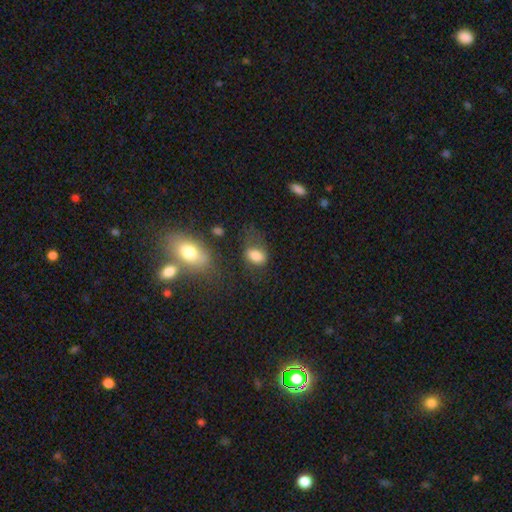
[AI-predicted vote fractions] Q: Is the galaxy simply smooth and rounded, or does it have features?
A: smooth — 79%.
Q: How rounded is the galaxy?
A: in between — 82%.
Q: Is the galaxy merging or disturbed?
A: none — 46%.